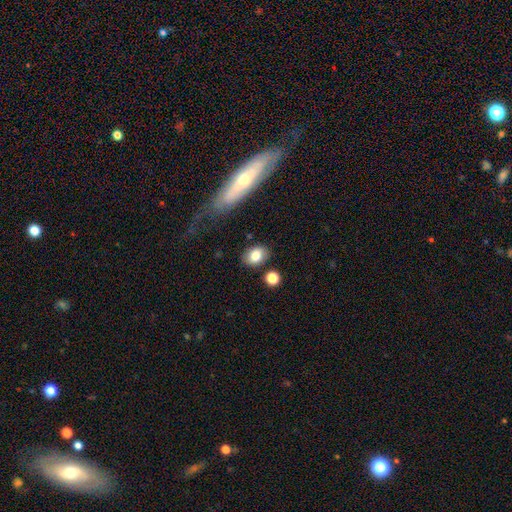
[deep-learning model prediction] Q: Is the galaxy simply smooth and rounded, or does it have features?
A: smooth — 80%.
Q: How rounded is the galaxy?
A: in between — 68%.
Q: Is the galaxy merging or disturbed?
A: none — 81%.